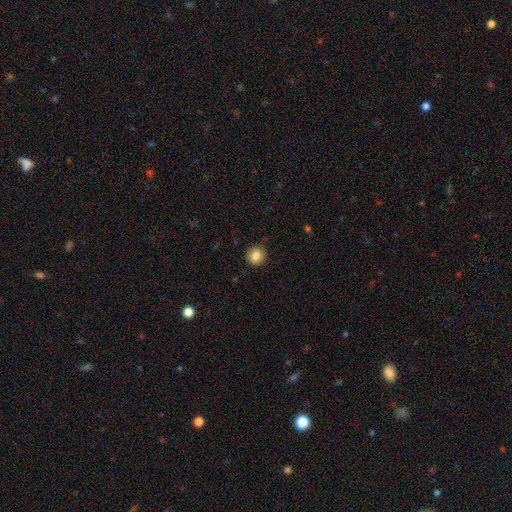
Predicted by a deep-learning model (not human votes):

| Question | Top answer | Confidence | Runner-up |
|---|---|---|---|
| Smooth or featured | smooth | 85% | star or artifact (9%) |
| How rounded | round | 90% | in between (9%) |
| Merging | none | 89% | minor disturbance (8%) |